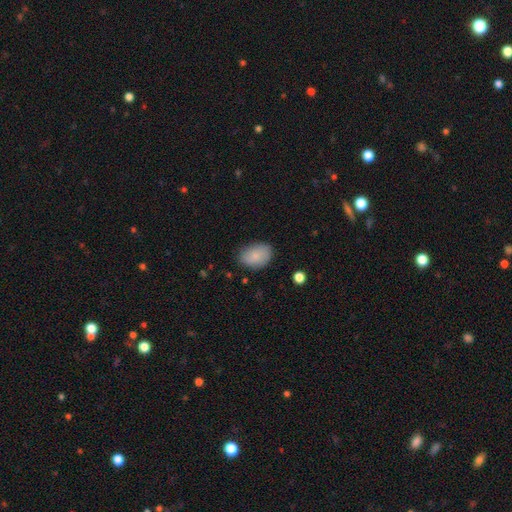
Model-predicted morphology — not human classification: Smooth or featured? Predicted: smooth (p=0.85). How rounded? Predicted: in between (p=0.84). Merging? Predicted: none (p=0.78).